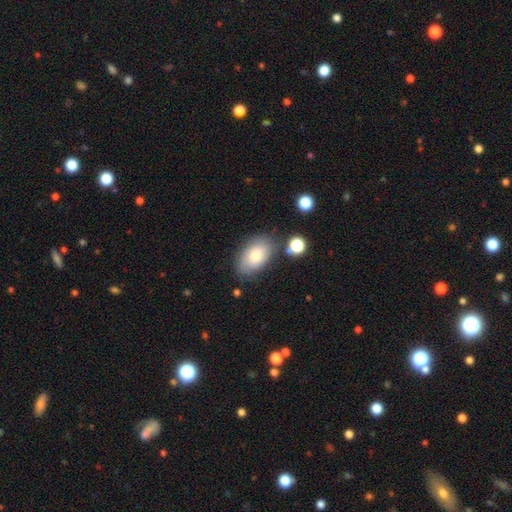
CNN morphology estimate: Smooth or featured: smooth — 73% (featured or disk — 19%)
How rounded: in between — 91% (round — 8%)
Merging: none — 73% (minor disturbance — 17%)